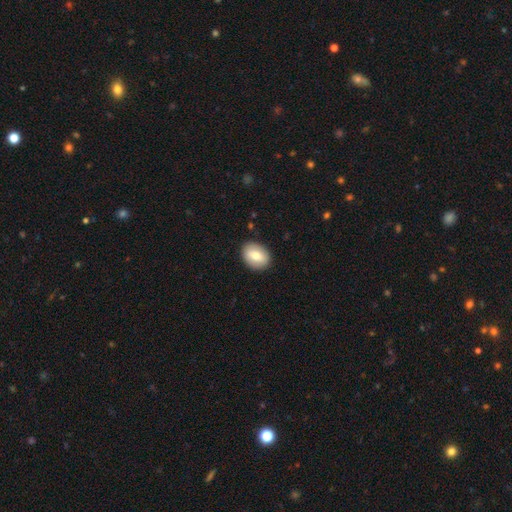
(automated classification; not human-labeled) Q: Smooth or featured?
A: smooth (73%); runner-up: featured or disk (20%)
Q: How rounded?
A: in between (69%); runner-up: round (30%)
Q: Merging?
A: none (87%); runner-up: minor disturbance (10%)